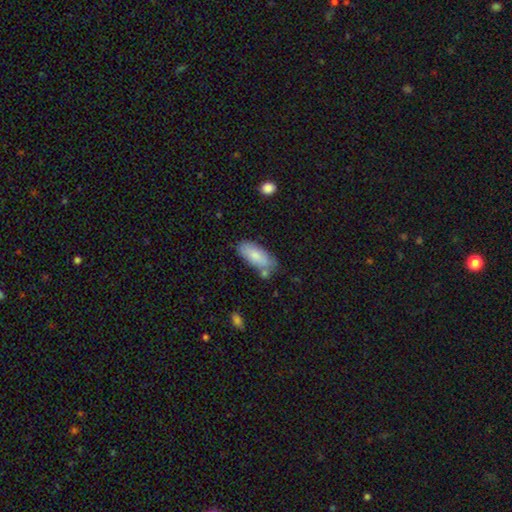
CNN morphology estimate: type=smooth (80%); roundness=in between (85%); merging=none (69%).